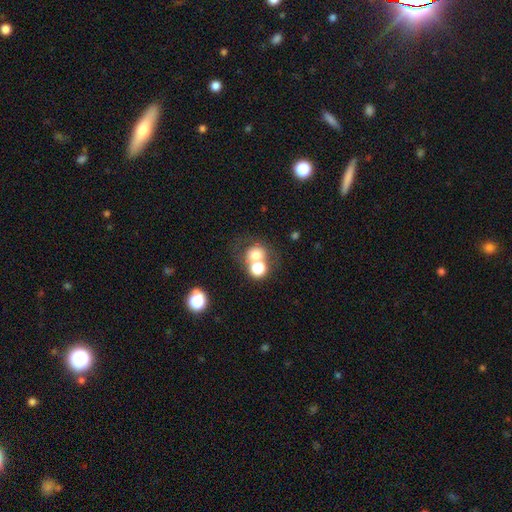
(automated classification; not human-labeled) Overall: smooth (69%). How rounded: round (76%). Merging: merger (49%; none 36%).